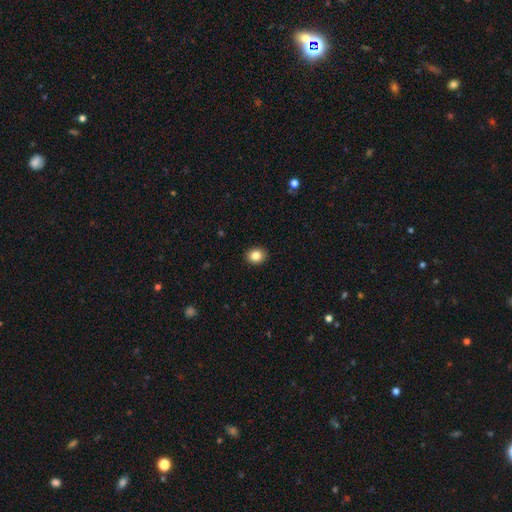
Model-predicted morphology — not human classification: smooth_or_featured: smooth (p=0.84) [alt: star or artifact p=0.10]
how_rounded: round (p=0.65) [alt: in between p=0.34]
merging: none (p=0.92) [alt: minor disturbance p=0.06]